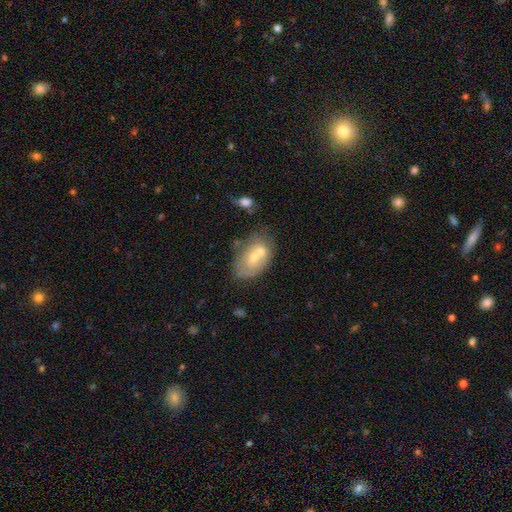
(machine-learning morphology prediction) Q: Smooth or featured?
A: smooth (48%); runner-up: featured or disk (45%)
Q: Merging?
A: merger (41%); runner-up: none (31%)